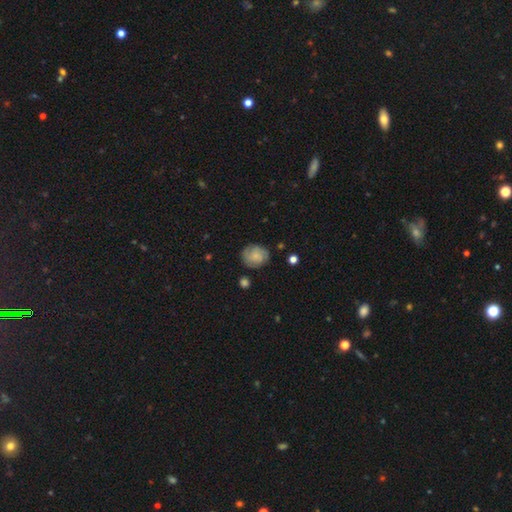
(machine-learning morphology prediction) This appears to be a smooth galaxy with no disk features (51%) that is round (68%). Merging: none (75%).